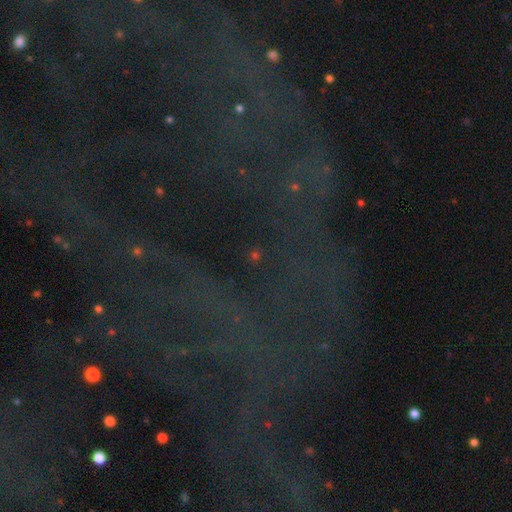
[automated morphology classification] A star or artifact, not a galaxy (78%).

Vote fractions:
- Smooth or featured? star or artifact: 78% / featured or disk: 11% / smooth: 11%